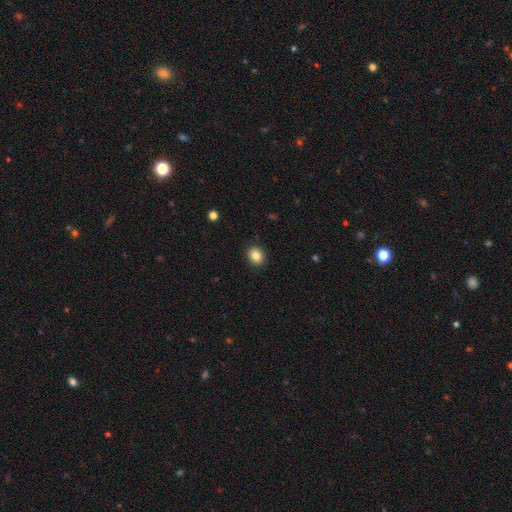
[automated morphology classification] The model was most divided on "how rounded": round: 58%, in between: 41%, cigar-shaped: 1%. More confident: merging — none (90%); smooth or featured — smooth (84%).